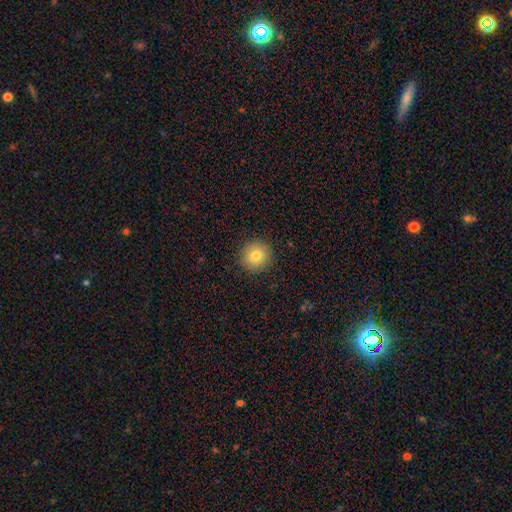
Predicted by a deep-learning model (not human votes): Smooth or featured? smooth (81%)
How rounded? round (91%)
Merging? none (91%)